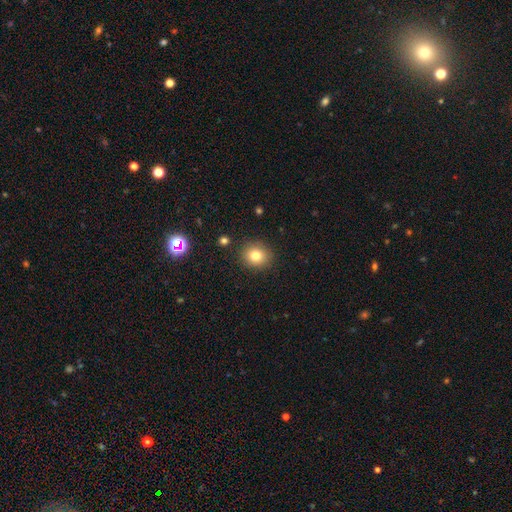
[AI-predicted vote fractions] smooth_or_featured: smooth (p=0.80) [alt: star or artifact p=0.12]
how_rounded: round (p=0.79) [alt: in between p=0.20]
merging: none (p=0.88) [alt: minor disturbance p=0.08]